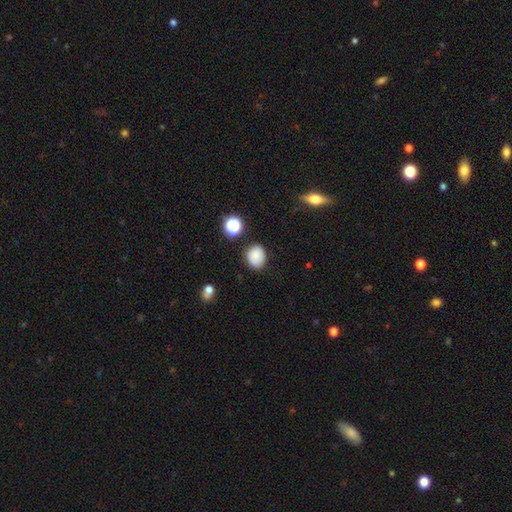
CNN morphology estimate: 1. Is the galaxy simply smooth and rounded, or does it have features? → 83% smooth, 11% star or artifact, 6% featured or disk.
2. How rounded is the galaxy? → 62% round, 37% in between, 1% cigar-shaped.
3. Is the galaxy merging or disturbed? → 80% none, 14% minor disturbance, 3% major disturbance, 3% merger.